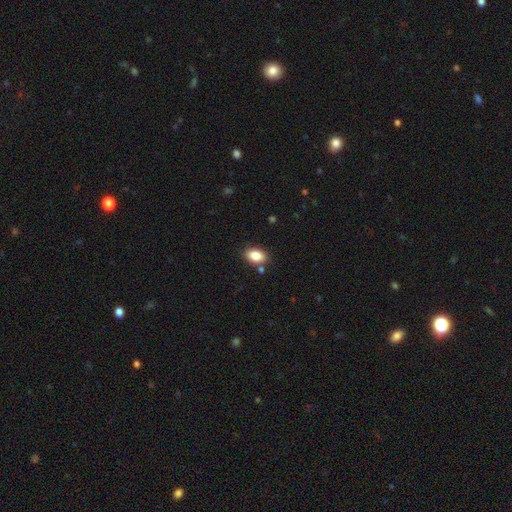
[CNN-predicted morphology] smooth 85%, star or artifact 8%, featured or disk 7%. Down the decision tree: how rounded — in between (87%); merging — none (82%).